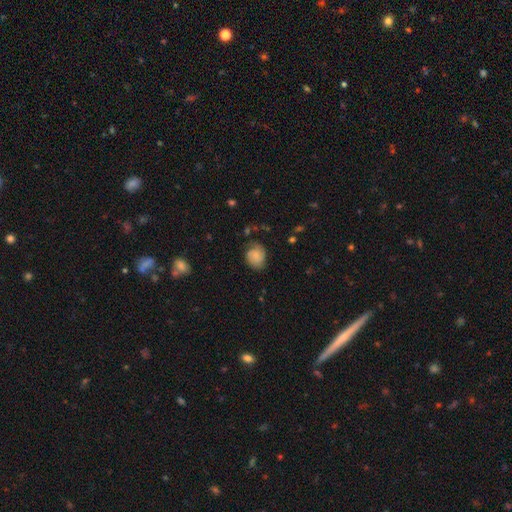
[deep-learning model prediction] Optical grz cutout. It shows a smooth galaxy with no disk features (54%) that is round (59%). Merging: none (65%).